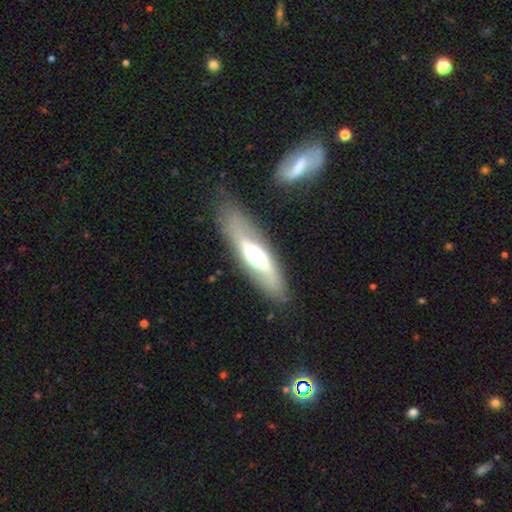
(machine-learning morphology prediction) Smooth or featured: featured or disk — 54% (smooth — 39%)
Edge-on disk: yes — 55% (no — 45%)
Merging: none — 84% (minor disturbance — 10%)